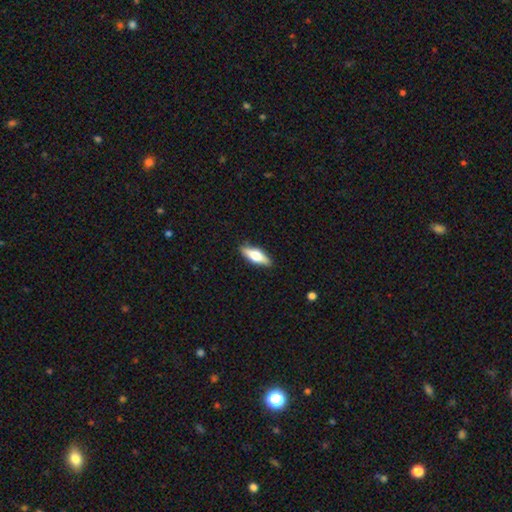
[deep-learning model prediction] smooth-or-featured: smooth: 56% | featured or disk: 39% | star or artifact: 6%
  how-rounded: in between: 58% | cigar-shaped: 40% | round: 3%
  merging: none: 89% | minor disturbance: 8% | major disturbance: 2% | merger: 1%